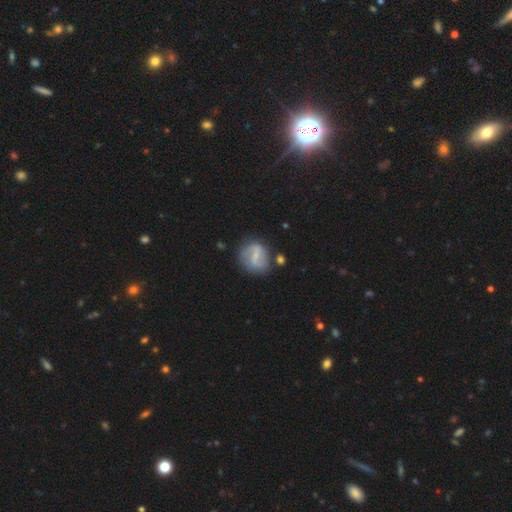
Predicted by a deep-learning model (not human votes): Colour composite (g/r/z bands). It shows a featured or disk galaxy (63%) with a weak bar (50%), spiral arms (77%) and a small central bulge (62%). Merging: none (66%).